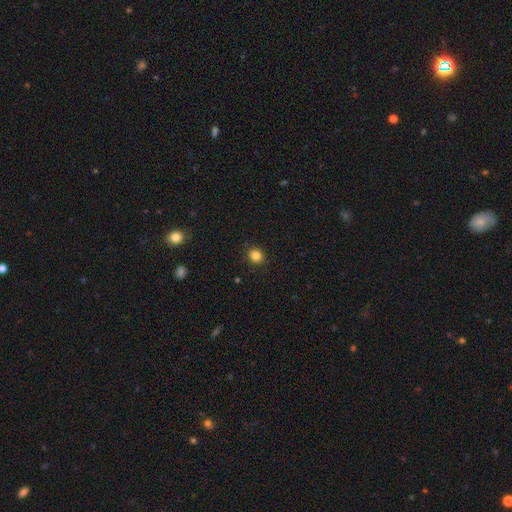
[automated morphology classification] smooth-or-featured: smooth: 84% | star or artifact: 12% | featured or disk: 4%
  how-rounded: round: 74% | in between: 25% | cigar-shaped: 1%
  merging: none: 90% | minor disturbance: 7% | major disturbance: 2% | merger: 1%